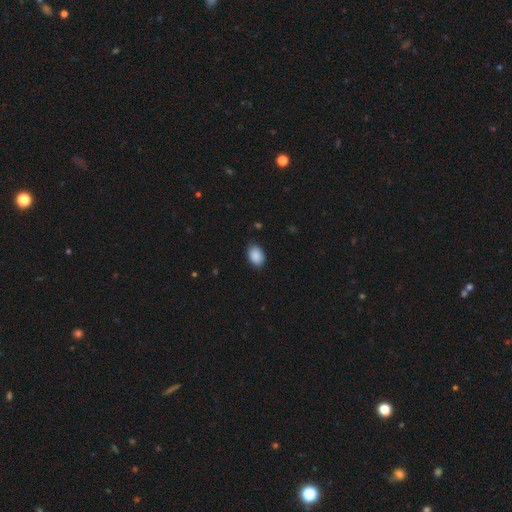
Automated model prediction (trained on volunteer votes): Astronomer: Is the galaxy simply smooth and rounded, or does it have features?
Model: smooth — 89%.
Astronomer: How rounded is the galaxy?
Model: in between — 83%.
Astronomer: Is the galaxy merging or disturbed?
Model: none — 83%.